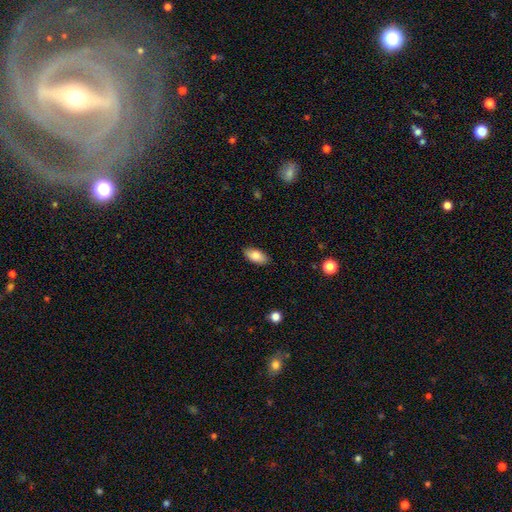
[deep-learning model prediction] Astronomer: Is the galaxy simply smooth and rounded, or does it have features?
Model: smooth — 84%.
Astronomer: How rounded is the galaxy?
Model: in between — 91%.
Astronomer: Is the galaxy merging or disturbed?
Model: none — 86%.